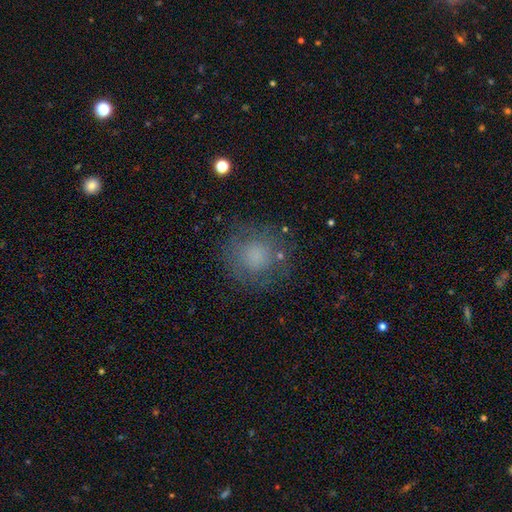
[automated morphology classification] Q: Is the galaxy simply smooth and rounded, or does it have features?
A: smooth — 70%.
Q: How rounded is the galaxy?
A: round — 89%.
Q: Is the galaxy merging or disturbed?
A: none — 73%.